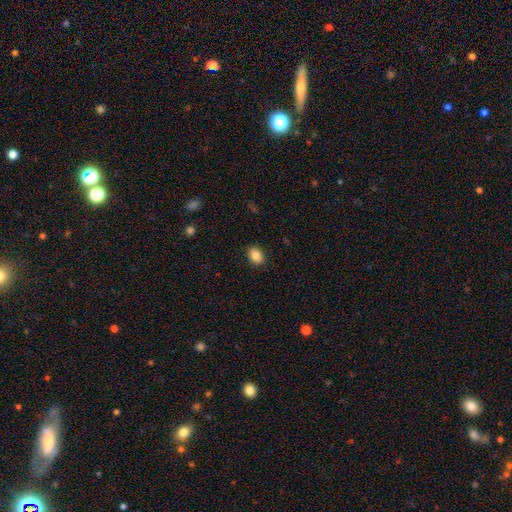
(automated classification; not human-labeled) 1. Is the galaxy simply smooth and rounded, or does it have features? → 85% smooth, 9% star or artifact, 6% featured or disk.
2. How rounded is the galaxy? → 69% in between, 30% round, 1% cigar-shaped.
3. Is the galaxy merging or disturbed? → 88% none, 9% minor disturbance, 2% major disturbance, 1% merger.